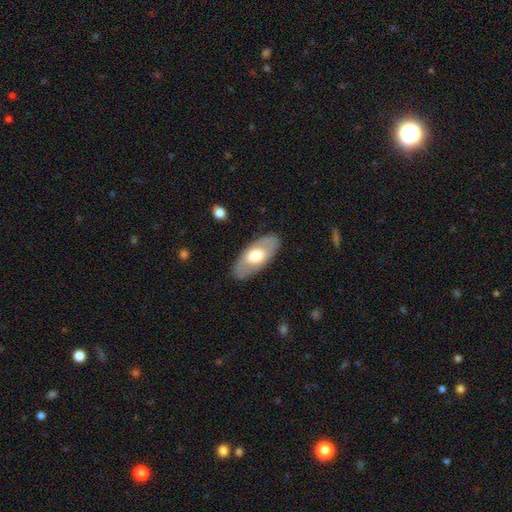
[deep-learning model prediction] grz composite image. It shows a smooth galaxy with no disk features (51%) that is in between round and cigar-shaped (91%). Merging: none (85%).